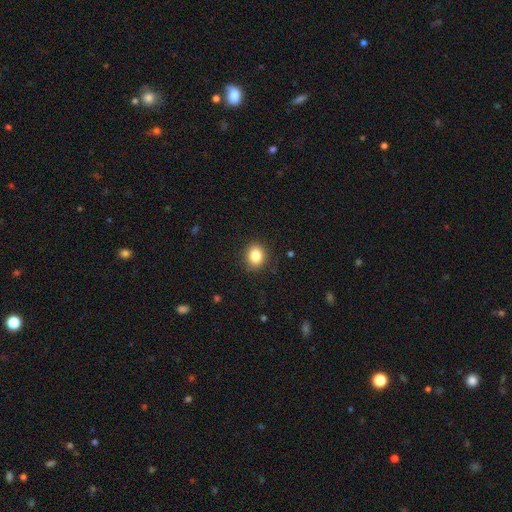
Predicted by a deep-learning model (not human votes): Smooth or featured?
  - smooth: 84% *
  - star or artifact: 10%
  - featured or disk: 6%
How rounded?
  - round: 63% *
  - in between: 36%
  - cigar-shaped: 1%
Merging?
  - none: 88% *
  - minor disturbance: 9%
  - major disturbance: 2%
  - merger: 1%